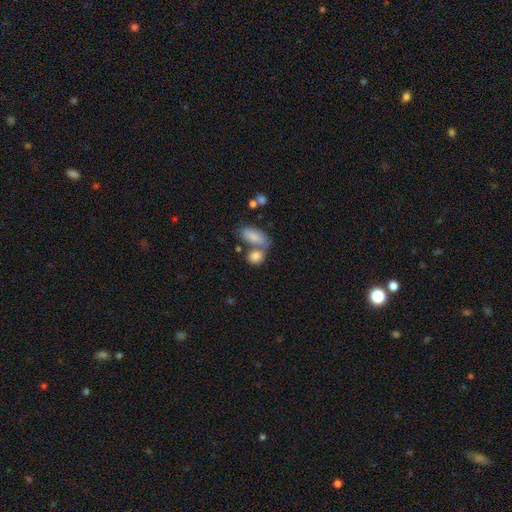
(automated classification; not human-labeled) smooth-or-featured: smooth: 84% | featured or disk: 8% | star or artifact: 8%
  how-rounded: in between: 63% | round: 33% | cigar-shaped: 3%
  merging: none: 43% | merger: 40% | minor disturbance: 12% | major disturbance: 5%